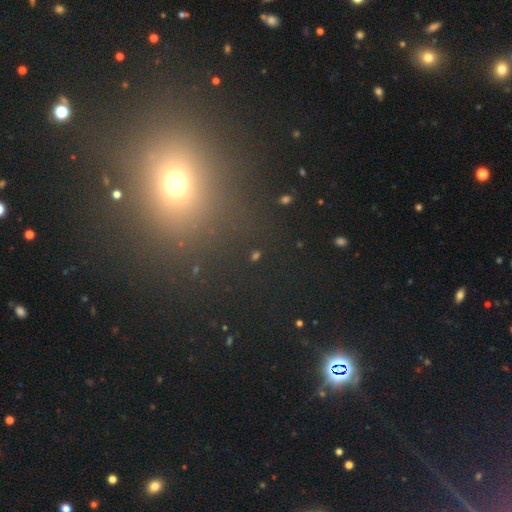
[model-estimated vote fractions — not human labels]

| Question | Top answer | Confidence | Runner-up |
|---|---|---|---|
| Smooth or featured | star or artifact | 55% | smooth (35%) |